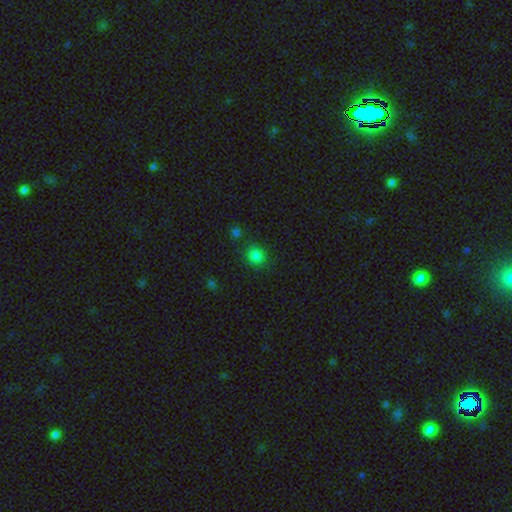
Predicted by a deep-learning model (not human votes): Smooth or featured? smooth (82%)
How rounded? round (84%)
Merging? none (82%)